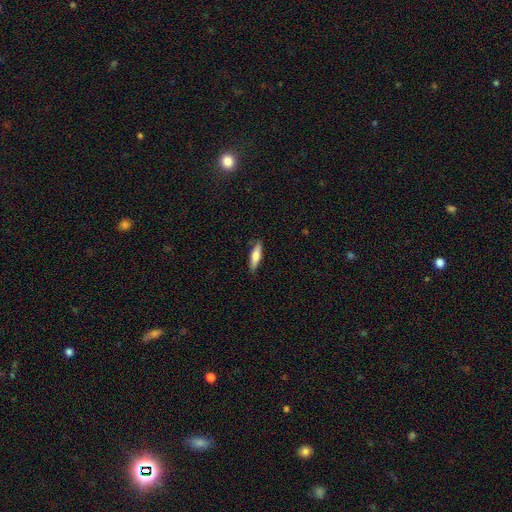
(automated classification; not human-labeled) A smooth galaxy with no disk features (66%) that is cigar-shaped (67%). Merging: none (86%).